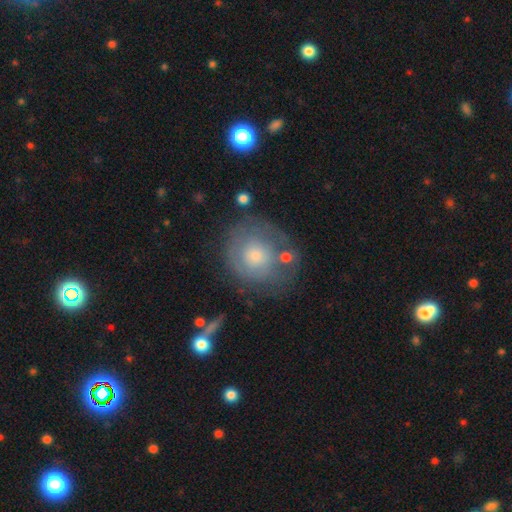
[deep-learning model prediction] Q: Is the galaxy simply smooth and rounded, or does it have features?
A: smooth — 53%.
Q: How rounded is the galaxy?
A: round — 84%.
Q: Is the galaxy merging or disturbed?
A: none — 59%.